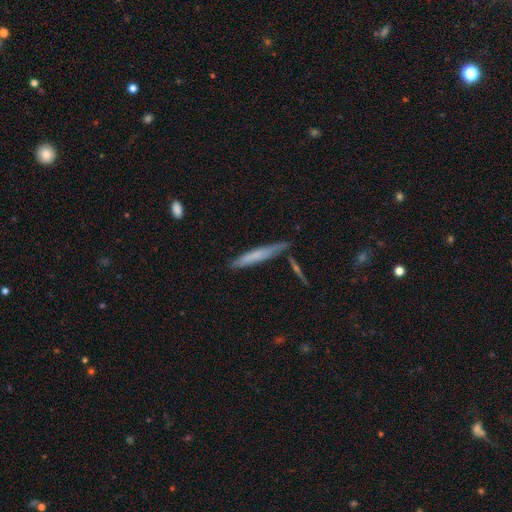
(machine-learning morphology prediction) A smooth galaxy with no disk features (61%) that is cigar-shaped (94%). Merging: none (76%).